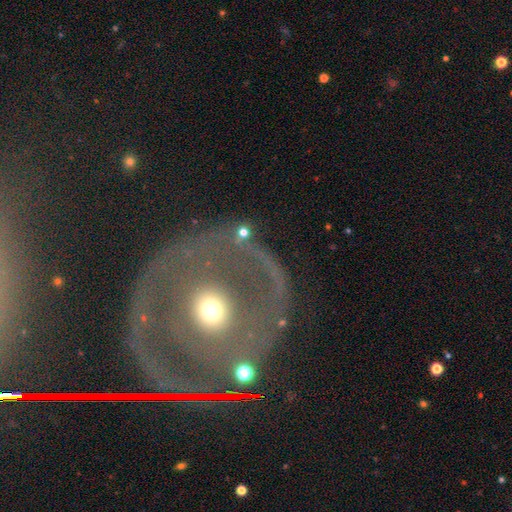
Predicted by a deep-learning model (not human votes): Smooth or featured: featured or disk — 67% (smooth — 23%)
Edge-on disk: no — 95% (yes — 5%)
Bar: no — 75% (weak — 15%)
Spiral arms: no — 52% (yes — 48%)
Bulge size: moderate — 69% (small — 21%)
Merging: none — 72% (minor disturbance — 14%)